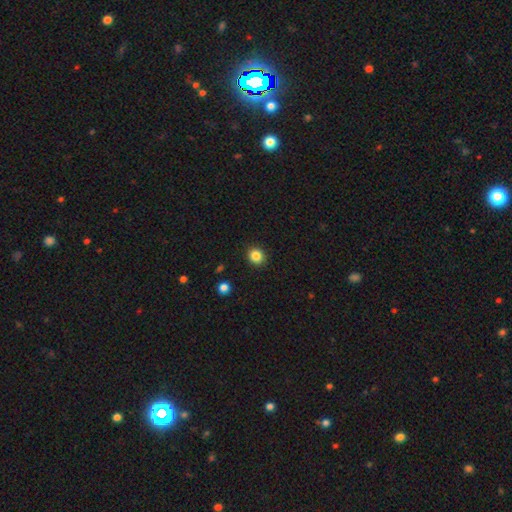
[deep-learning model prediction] A smooth galaxy with no disk features (84%) that is round (80%). Merging: none (91%).